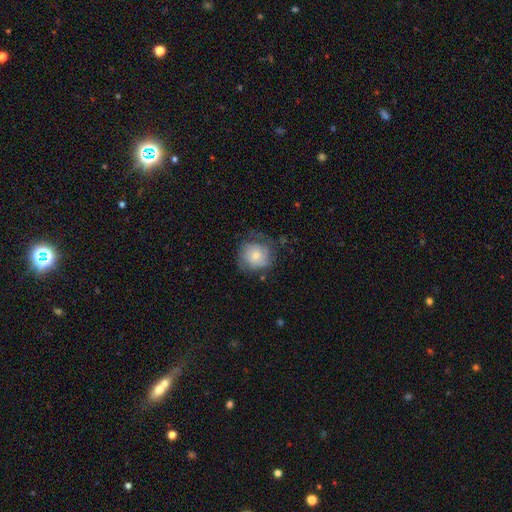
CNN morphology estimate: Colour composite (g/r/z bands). It shows a smooth galaxy with no disk features (70%) that is round (84%). Merging: none (53%).